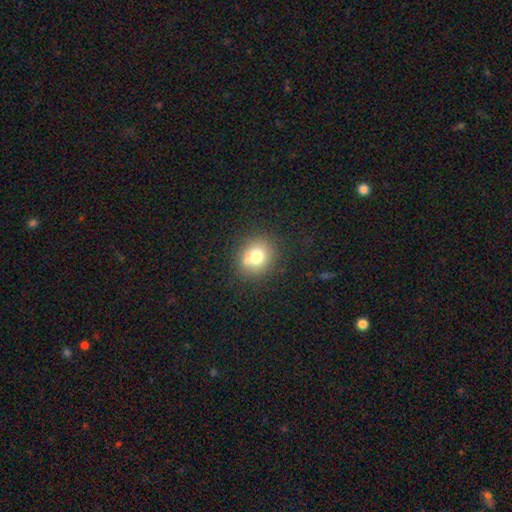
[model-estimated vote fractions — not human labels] A smooth galaxy with no disk features (73%) that is round (81%). Merging: none (72%).